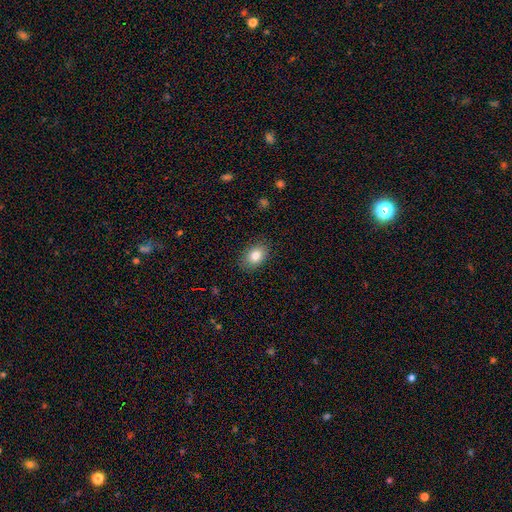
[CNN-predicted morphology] Smooth or featured? Predicted: smooth (p=0.82). How rounded? Predicted: in between (p=0.77). Merging? Predicted: none (p=0.87).